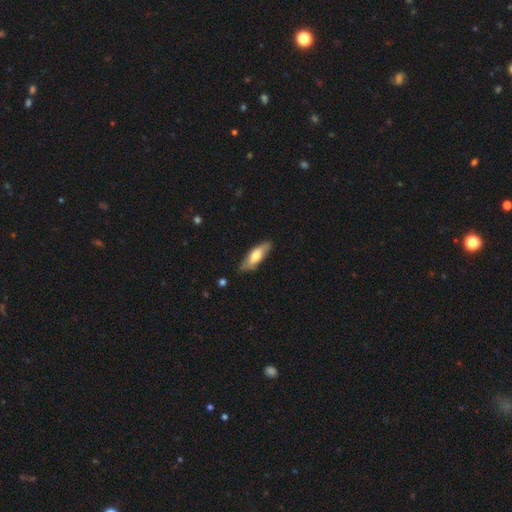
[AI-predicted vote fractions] Smooth or featured? Predicted: smooth (p=0.59). How rounded? Predicted: in between (p=0.61). Merging? Predicted: none (p=0.80).